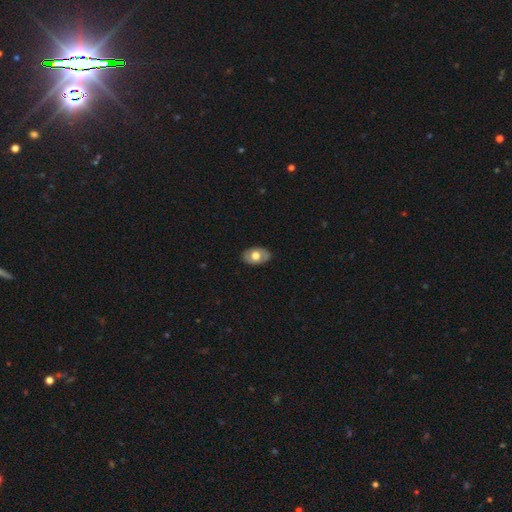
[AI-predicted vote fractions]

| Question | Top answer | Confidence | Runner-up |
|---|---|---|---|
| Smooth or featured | smooth | 61% | featured or disk (33%) |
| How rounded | in between | 87% | round (12%) |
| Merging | none | 85% | minor disturbance (11%) |